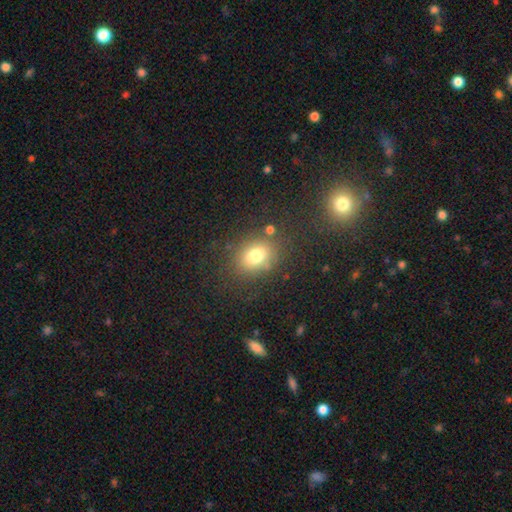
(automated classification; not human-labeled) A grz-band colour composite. It shows a smooth galaxy with no disk features (76%) that is in between round and cigar-shaped (60%). Merging: none (76%).